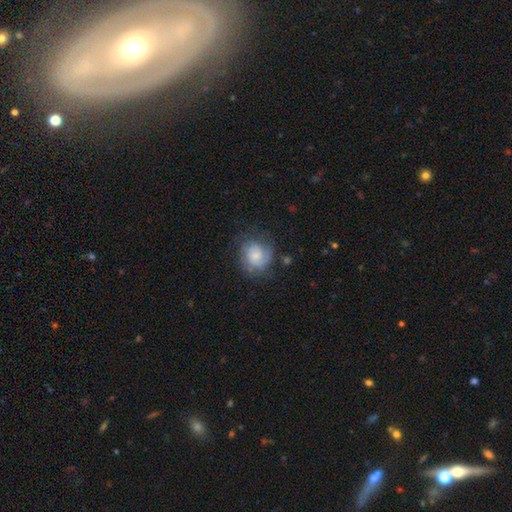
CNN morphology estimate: A featured or disk galaxy (50%).

Vote fractions:
- Smooth or featured? featured or disk: 50% / smooth: 42% / star or artifact: 8%
- Merging? none: 64% / minor disturbance: 22% / major disturbance: 12% / merger: 2%